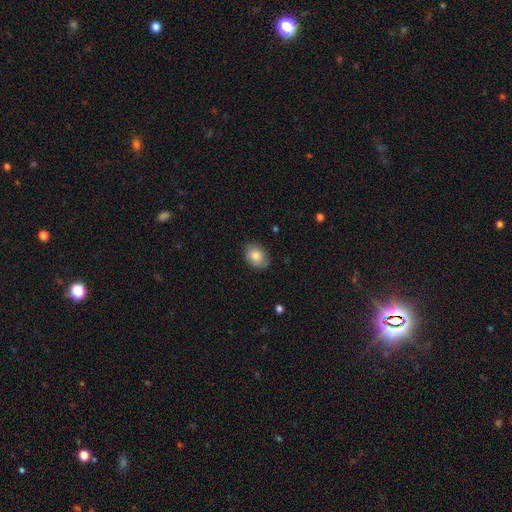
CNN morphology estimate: Smooth or featured? smooth (83%)
How rounded? in between (70%)
Merging? none (82%)